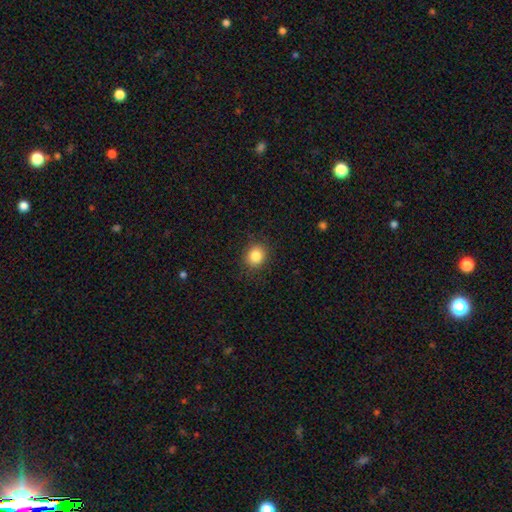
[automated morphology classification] Overall: smooth (85%). How rounded: round (76%). Merging: none (88%).